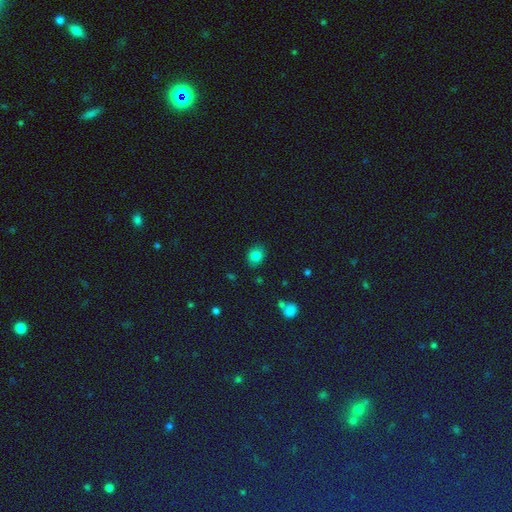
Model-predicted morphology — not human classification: This is clearly a smooth galaxy (81%). How rounded: possibly in between (55%). Merging: clearly none (84%).